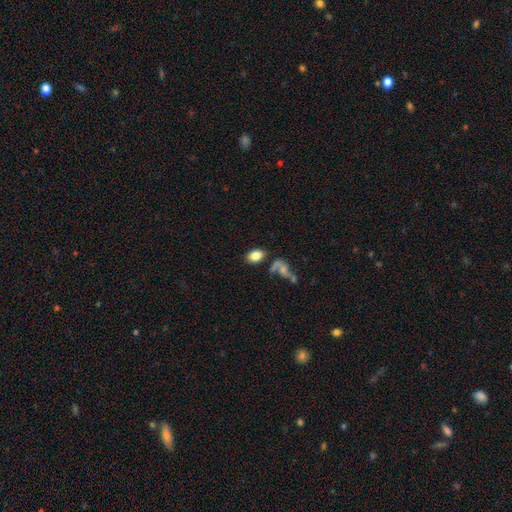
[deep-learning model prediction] Q: Smooth or featured?
A: smooth (82%); runner-up: featured or disk (10%)
Q: How rounded?
A: in between (88%); runner-up: round (10%)
Q: Merging?
A: none (65%); runner-up: minor disturbance (14%)